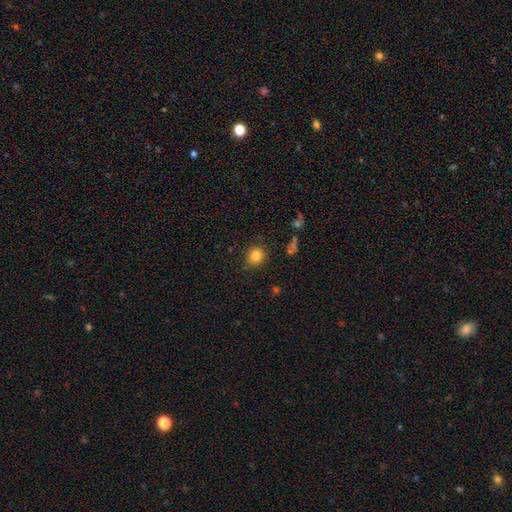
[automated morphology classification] Smooth or featured?
  - smooth: 82% *
  - star or artifact: 12%
  - featured or disk: 7%
How rounded?
  - round: 83% *
  - in between: 16%
  - cigar-shaped: 1%
Merging?
  - none: 87% *
  - minor disturbance: 9%
  - major disturbance: 2%
  - merger: 2%